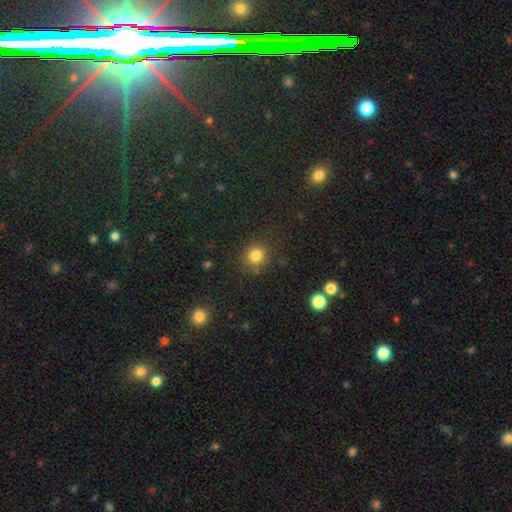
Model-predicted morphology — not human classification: Smooth or featured?
  - smooth: 82% *
  - star or artifact: 13%
  - featured or disk: 5%
How rounded?
  - round: 88% *
  - in between: 11%
  - cigar-shaped: 1%
Merging?
  - none: 83% *
  - minor disturbance: 10%
  - major disturbance: 4%
  - merger: 3%